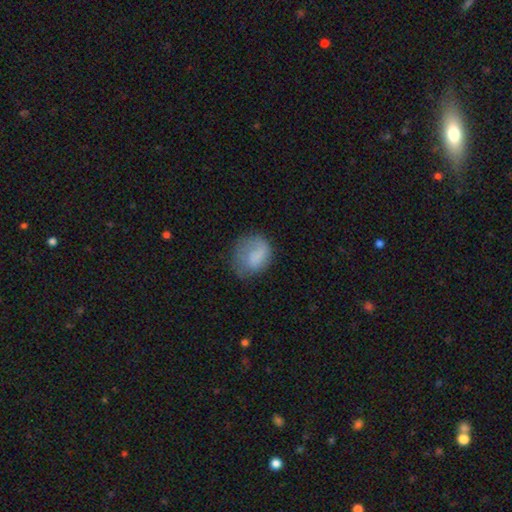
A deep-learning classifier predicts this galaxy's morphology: The model was most divided on "how rounded": round: 57%, in between: 42%, cigar-shaped: 1%. Remaining: smooth or featured — smooth (73%); merging — none (48%).